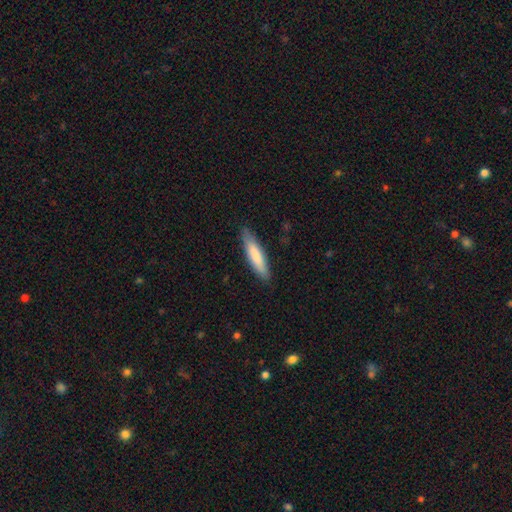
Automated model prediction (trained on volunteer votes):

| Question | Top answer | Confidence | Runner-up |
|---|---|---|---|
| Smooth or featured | smooth | 80% | featured or disk (15%) |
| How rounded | cigar-shaped | 75% | in between (24%) |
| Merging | none | 85% | minor disturbance (12%) |